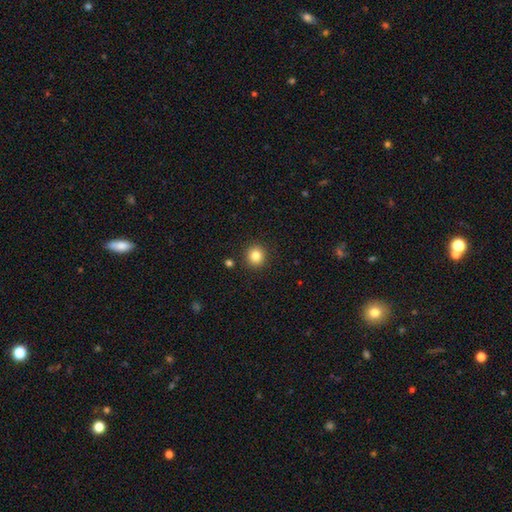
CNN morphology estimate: Smooth or featured: smooth — 84% (star or artifact — 11%)
How rounded: round — 92% (in between — 7%)
Merging: none — 91% (minor disturbance — 5%)